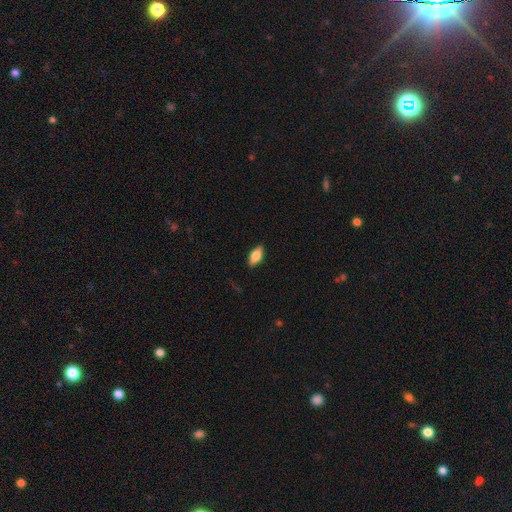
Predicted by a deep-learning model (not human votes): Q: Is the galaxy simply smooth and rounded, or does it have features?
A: smooth — 74%.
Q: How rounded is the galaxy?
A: in between — 84%.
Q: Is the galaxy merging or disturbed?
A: none — 85%.